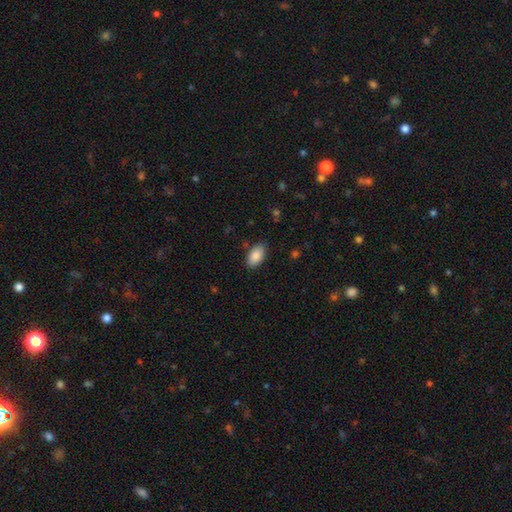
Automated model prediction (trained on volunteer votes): Morphology: type=smooth (88%); roundness=in between (94%); merging=none (84%).